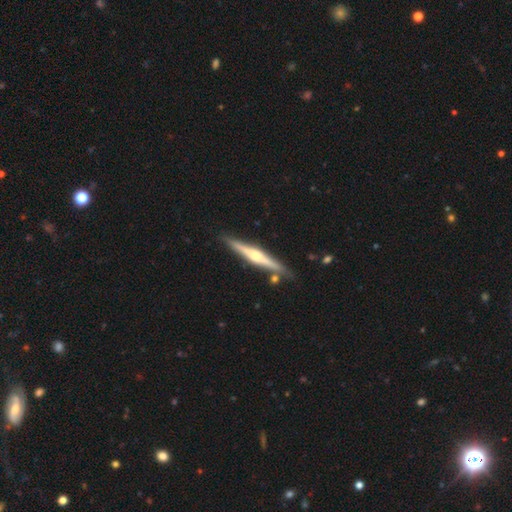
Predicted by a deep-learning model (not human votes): A featured or disk galaxy (75%) viewed edge-on (98%) with a rounded central bulge (91%). Merging: none (85%).